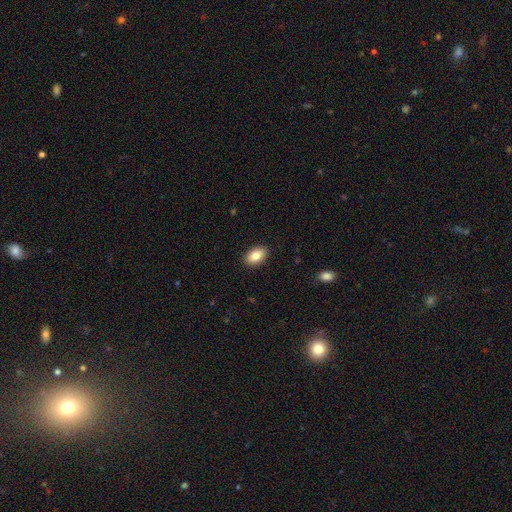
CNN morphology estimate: Smooth or featured? smooth (85%)
How rounded? in between (91%)
Merging? none (90%)